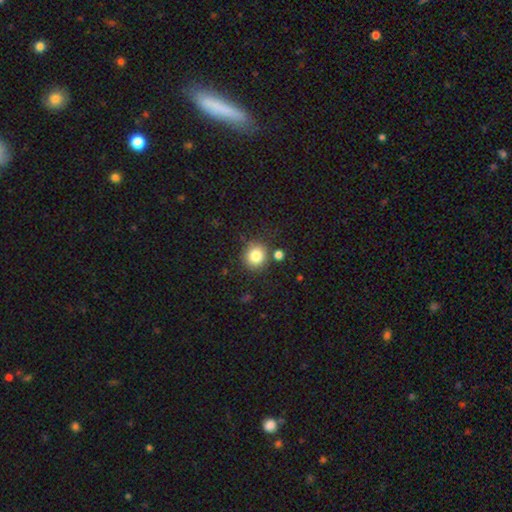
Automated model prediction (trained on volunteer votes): smooth-or-featured: smooth: 82% | star or artifact: 11% | featured or disk: 7%
  how-rounded: round: 89% | in between: 10% | cigar-shaped: 1%
  merging: none: 80% | minor disturbance: 9% | merger: 7% | major disturbance: 3%